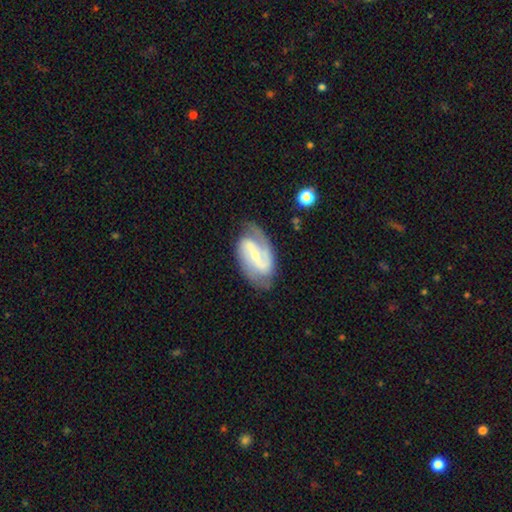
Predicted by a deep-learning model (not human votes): featured or disk 86%, smooth 9%, star or artifact 5%. Down the decision tree: edge-on disk — no (97%); bar — strong (46%); spiral arms — yes (96%); spiral arm count — 2 (86%); spiral winding — medium (49%); bulge size — small (68%); merging — none (73%).